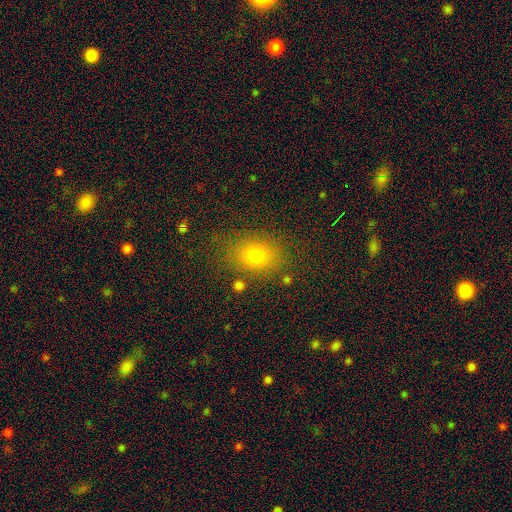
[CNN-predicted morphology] Smooth or featured? smooth (75%)
How rounded? in between (58%)
Merging? none (79%)